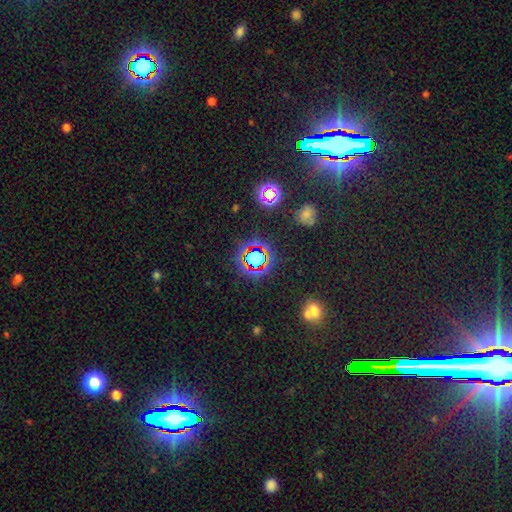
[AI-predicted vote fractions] A star or artifact, not a galaxy (65%).